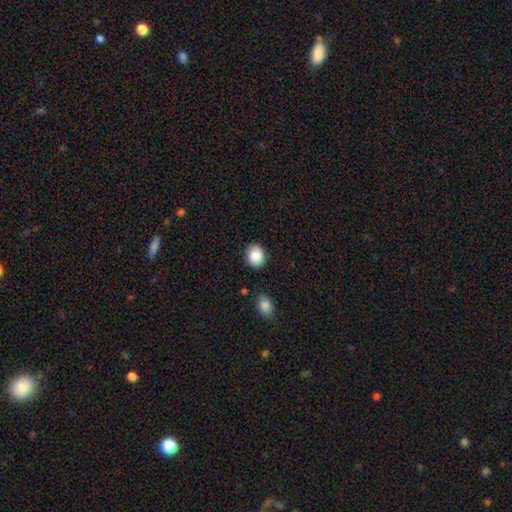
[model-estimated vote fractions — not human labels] Smooth or featured? smooth (84%)
How rounded? round (63%)
Merging? none (83%)